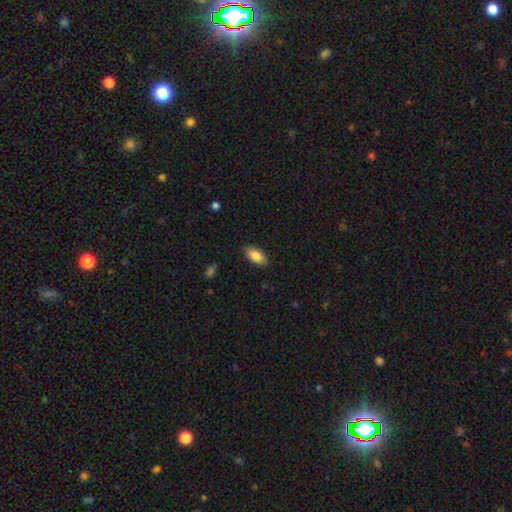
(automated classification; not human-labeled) smooth_or_featured: smooth (p=0.86) [alt: featured or disk p=0.08]
how_rounded: in between (p=0.92) [alt: cigar-shaped p=0.05]
merging: none (p=0.87) [alt: minor disturbance p=0.09]